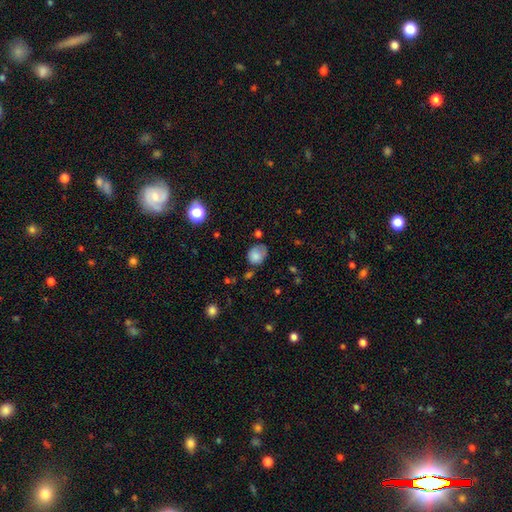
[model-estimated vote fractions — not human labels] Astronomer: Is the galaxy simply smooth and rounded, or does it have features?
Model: smooth — 77%.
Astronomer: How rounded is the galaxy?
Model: round — 53% (runner-up: in between, 46%).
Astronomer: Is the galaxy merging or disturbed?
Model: none — 47% (runner-up: minor disturbance, 34%).